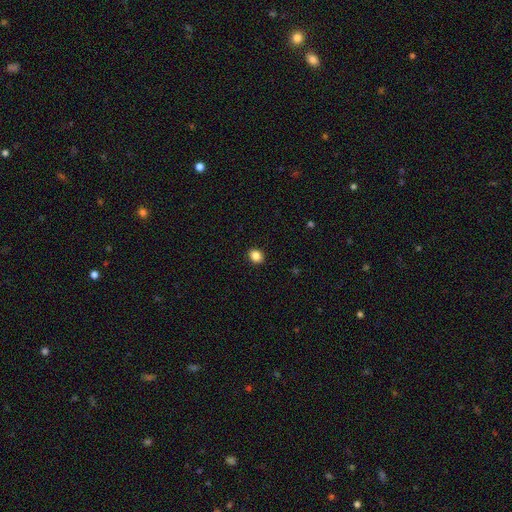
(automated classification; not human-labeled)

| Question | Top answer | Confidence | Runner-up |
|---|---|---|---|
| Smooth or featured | smooth | 86% | star or artifact (10%) |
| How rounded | round | 51% | in between (48%) |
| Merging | none | 91% | minor disturbance (6%) |